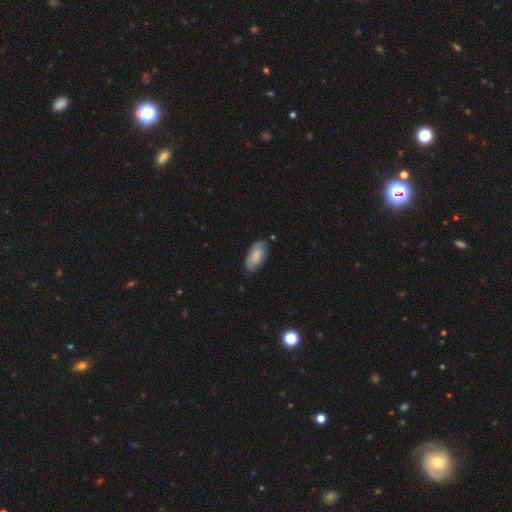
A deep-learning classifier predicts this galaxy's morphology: smooth_or_featured: smooth (p=0.75) [alt: featured or disk p=0.19]
how_rounded: in between (p=0.91) [alt: cigar-shaped p=0.07]
merging: none (p=0.75) [alt: minor disturbance p=0.20]